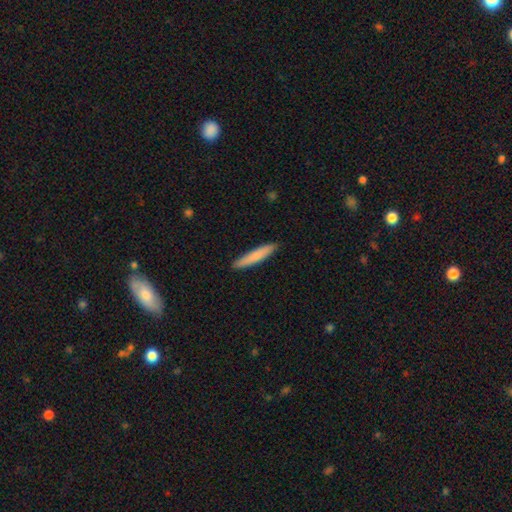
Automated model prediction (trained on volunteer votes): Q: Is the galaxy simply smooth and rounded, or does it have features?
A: smooth — 78%.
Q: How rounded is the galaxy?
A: cigar-shaped — 91%.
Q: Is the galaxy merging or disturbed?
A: none — 90%.